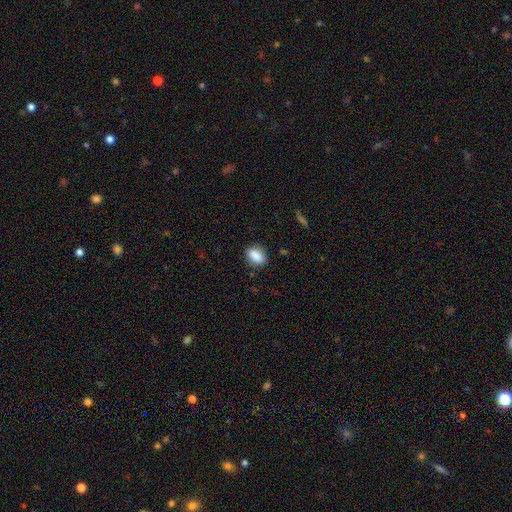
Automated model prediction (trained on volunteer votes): A smooth galaxy with no disk features (87%) that is in between round and cigar-shaped (76%).

Vote fractions:
- Smooth or featured? smooth: 87% / star or artifact: 8% / featured or disk: 5%
- How rounded? in between: 76% / round: 22% / cigar-shaped: 2%
- Merging? none: 84% / minor disturbance: 12% / major disturbance: 3% / merger: 1%